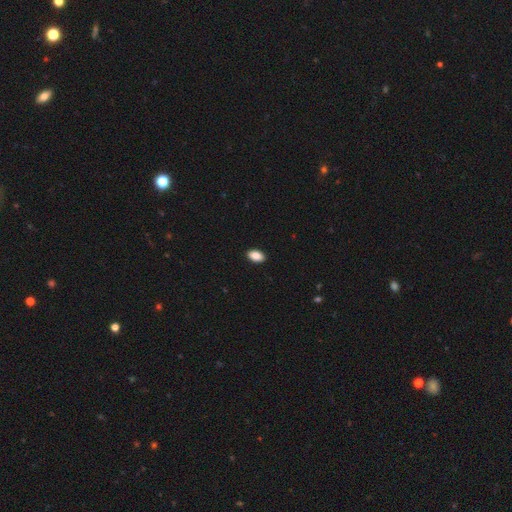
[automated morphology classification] smooth_or_featured: smooth (p=0.88) [alt: star or artifact p=0.07]
how_rounded: in between (p=0.92) [alt: round p=0.06]
merging: none (p=0.91) [alt: minor disturbance p=0.06]